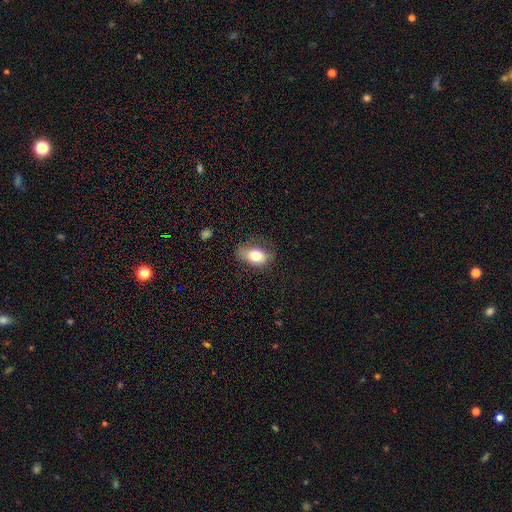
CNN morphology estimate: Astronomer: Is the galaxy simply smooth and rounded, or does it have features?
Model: smooth — 75%.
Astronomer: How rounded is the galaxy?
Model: in between — 78%.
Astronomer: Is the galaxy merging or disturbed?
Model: none — 57%.